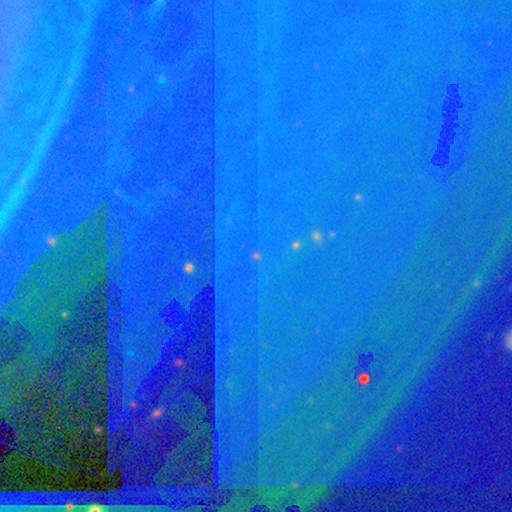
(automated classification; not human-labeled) Smooth or featured: star or artifact — 87% (featured or disk — 7%)